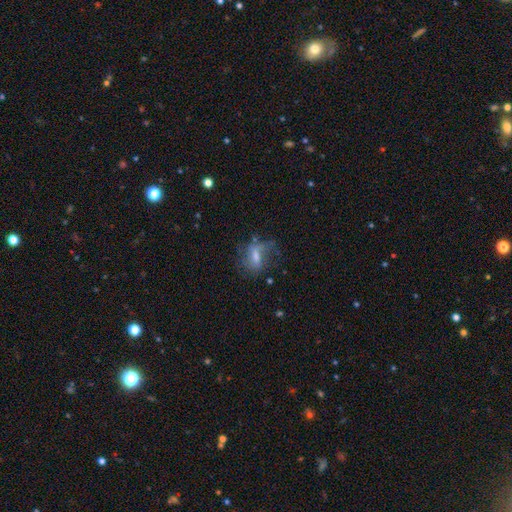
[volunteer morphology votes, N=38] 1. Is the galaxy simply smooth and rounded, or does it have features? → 63% featured or disk, 37% smooth, 0% star or artifact.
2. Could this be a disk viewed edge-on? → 100% no, 0% yes.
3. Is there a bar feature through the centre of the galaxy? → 54% weak, 33% strong, 12% no.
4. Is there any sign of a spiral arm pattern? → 58% yes, 42% no.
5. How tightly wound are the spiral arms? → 64% loose, 29% medium, 7% tight.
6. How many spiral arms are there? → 64% 2, 21% can't tell, 14% 1, 0% 3, 0% 4, 0% more than 4.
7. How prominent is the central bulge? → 54% moderate, 17% large, 17% small, 12% none, 0% dominant.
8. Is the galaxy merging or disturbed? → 37% major disturbance, 34% minor disturbance, 26% none, 3% merger.